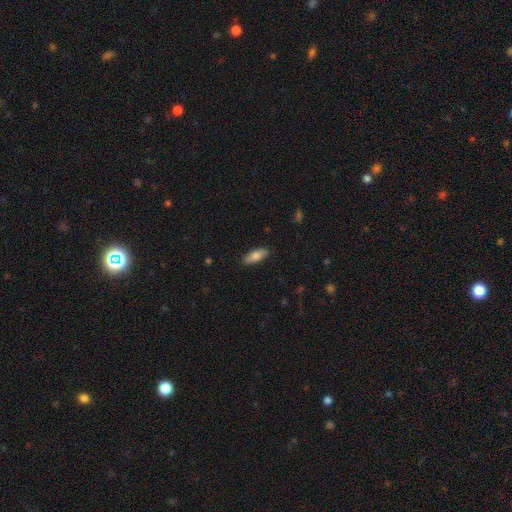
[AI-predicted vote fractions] Q: Smooth or featured?
A: smooth (79%); runner-up: featured or disk (14%)
Q: How rounded?
A: in between (73%); runner-up: cigar-shaped (25%)
Q: Merging?
A: none (88%); runner-up: minor disturbance (9%)